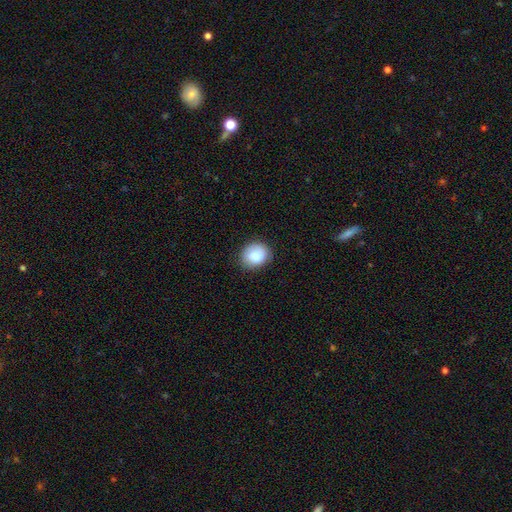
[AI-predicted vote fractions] Smooth or featured: smooth — 81% (featured or disk — 11%)
How rounded: round — 68% (in between — 31%)
Merging: none — 83% (minor disturbance — 13%)